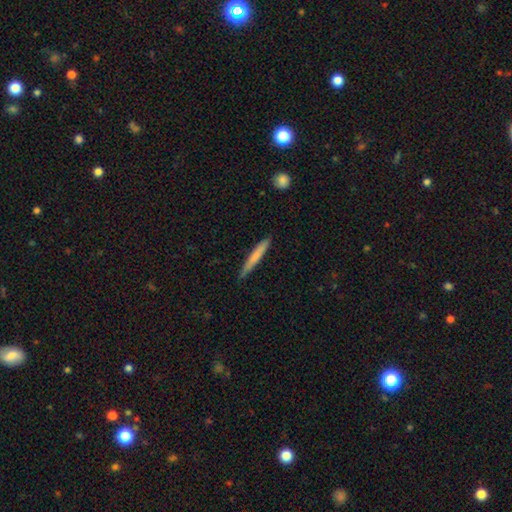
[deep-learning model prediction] Smooth or featured? smooth (69%)
How rounded? cigar-shaped (96%)
Merging? none (86%)